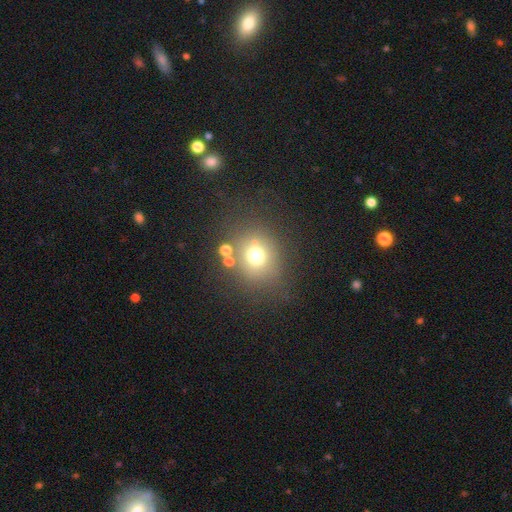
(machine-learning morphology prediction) Q: Smooth or featured?
A: smooth (68%); runner-up: star or artifact (19%)
Q: How rounded?
A: round (78%); runner-up: in between (21%)
Q: Merging?
A: none (70%); runner-up: minor disturbance (12%)